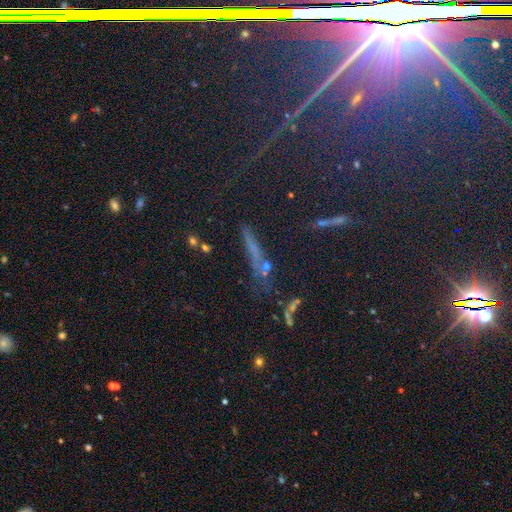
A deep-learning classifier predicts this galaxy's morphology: Smooth or featured?
  - star or artifact: 53% *
  - featured or disk: 27%
  - smooth: 20%